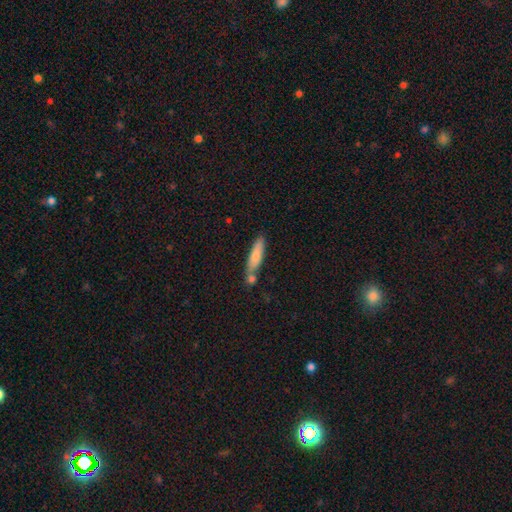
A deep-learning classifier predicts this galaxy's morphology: smooth-or-featured: smooth: 75% | featured or disk: 19% | star or artifact: 6%
  how-rounded: cigar-shaped: 76% | in between: 22% | round: 2%
  merging: none: 58% | merger: 24% | minor disturbance: 14% | major disturbance: 4%